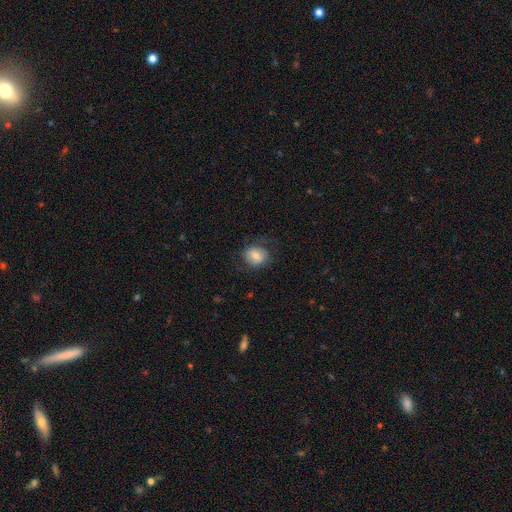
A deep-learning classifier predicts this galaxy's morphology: Q: Smooth or featured?
A: smooth (68%); runner-up: featured or disk (24%)
Q: How rounded?
A: round (64%); runner-up: in between (35%)
Q: Merging?
A: none (68%); runner-up: minor disturbance (18%)